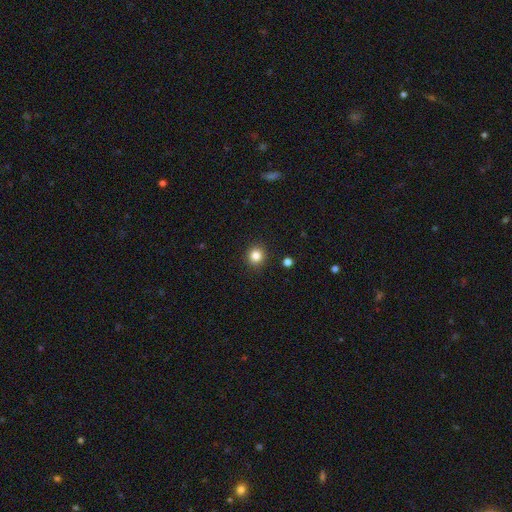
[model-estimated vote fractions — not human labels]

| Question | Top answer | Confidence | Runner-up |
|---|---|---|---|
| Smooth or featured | smooth | 83% | star or artifact (12%) |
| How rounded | round | 90% | in between (9%) |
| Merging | none | 91% | minor disturbance (5%) |